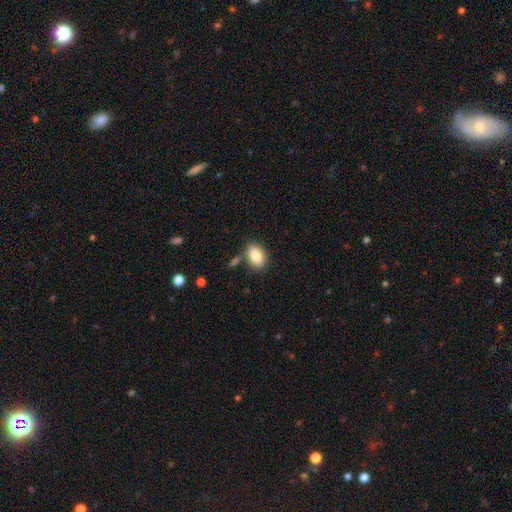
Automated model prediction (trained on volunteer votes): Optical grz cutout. It shows a smooth galaxy with no disk features (84%) that is in between round and cigar-shaped (87%). Merging: none (74%).